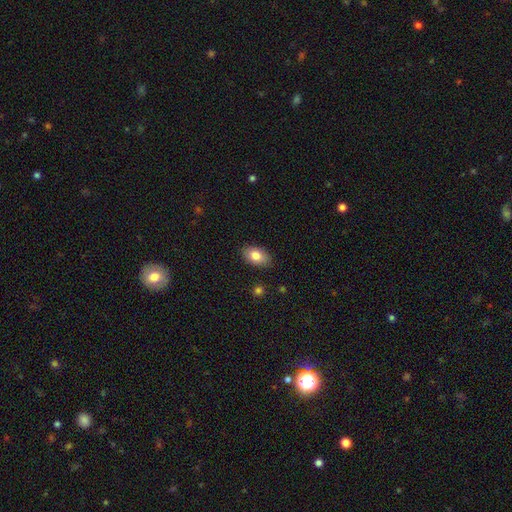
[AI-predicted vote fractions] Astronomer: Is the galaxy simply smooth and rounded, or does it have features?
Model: smooth — 83%.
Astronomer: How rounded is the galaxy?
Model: in between — 91%.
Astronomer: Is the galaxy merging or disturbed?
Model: none — 86%.